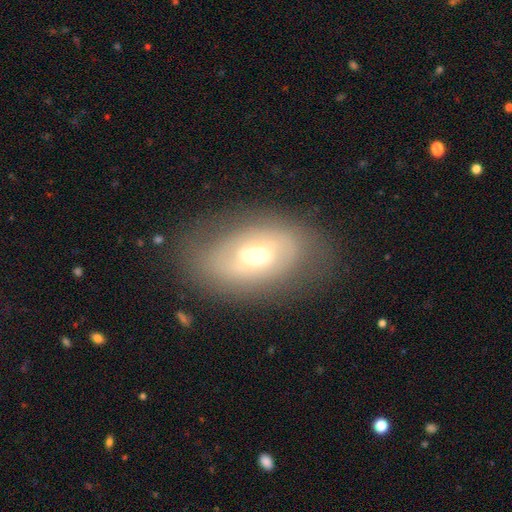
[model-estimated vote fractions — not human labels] Smooth or featured? Predicted: featured or disk (p=0.56). Edge-on disk? Predicted: no (p=0.91). Bar? Predicted: no (p=0.55). Spiral arms? Predicted: no (p=0.53). Bulge size? Predicted: moderate (p=0.63). Merging? Predicted: none (p=0.75).